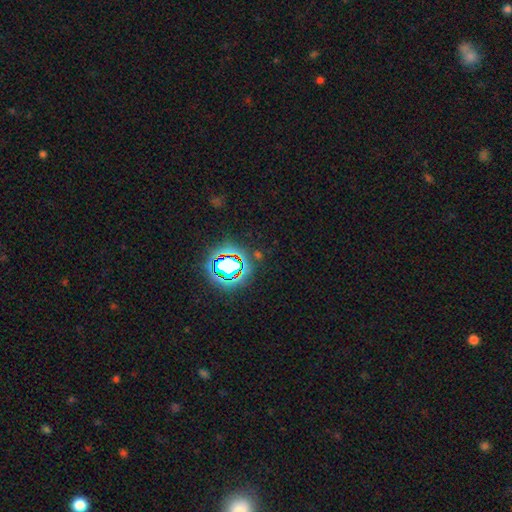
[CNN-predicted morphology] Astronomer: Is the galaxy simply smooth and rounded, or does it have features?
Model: star or artifact — 77%.